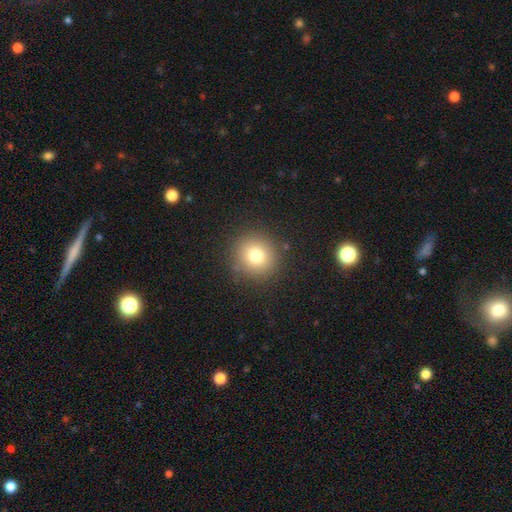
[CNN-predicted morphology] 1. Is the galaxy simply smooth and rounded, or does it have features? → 77% smooth, 13% star or artifact, 9% featured or disk.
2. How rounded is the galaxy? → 92% round, 7% in between, 1% cigar-shaped.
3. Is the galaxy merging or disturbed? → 88% none, 7% minor disturbance, 3% major disturbance, 1% merger.